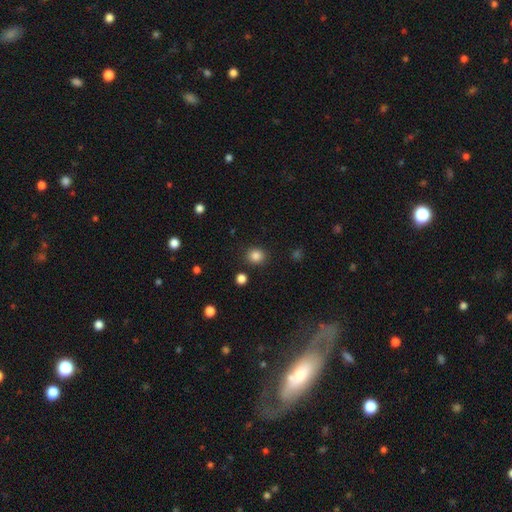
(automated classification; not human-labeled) Overall: smooth (85%). How rounded: round (79%). Merging: none (88%).